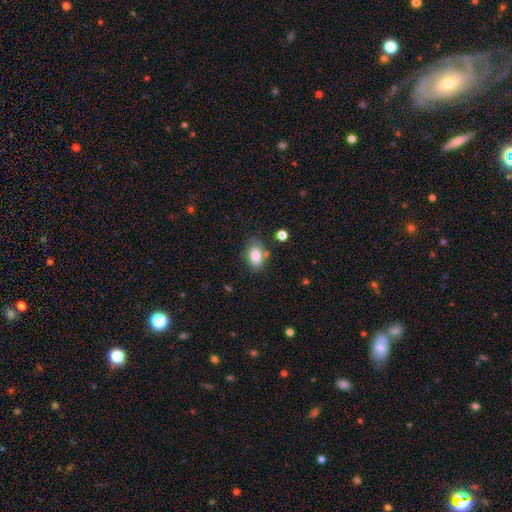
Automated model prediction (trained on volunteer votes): Smooth or featured? Predicted: smooth (p=0.82). How rounded? Predicted: in between (p=0.90). Merging? Predicted: none (p=0.67).